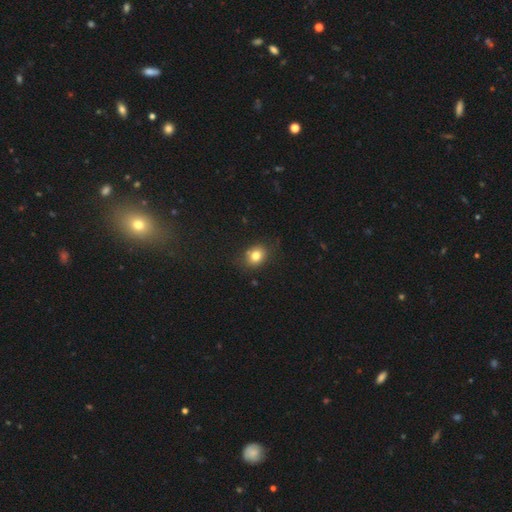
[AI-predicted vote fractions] Q: Smooth or featured?
A: smooth (79%); runner-up: star or artifact (12%)
Q: How rounded?
A: round (51%); runner-up: in between (48%)
Q: Merging?
A: none (77%); runner-up: minor disturbance (15%)